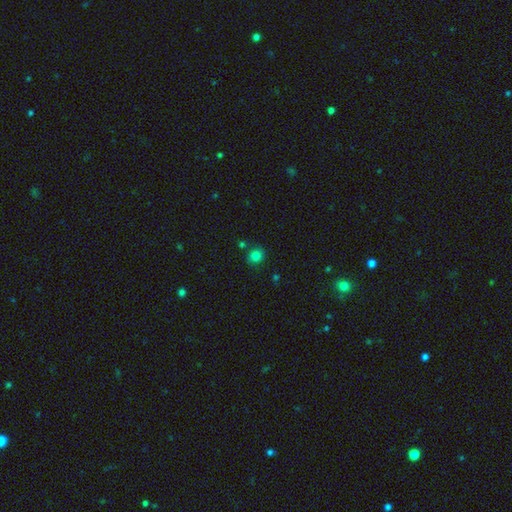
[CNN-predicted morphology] A smooth galaxy with no disk features (80%) that is round (83%).

Vote fractions:
- Smooth or featured? smooth: 80% / star or artifact: 14% / featured or disk: 6%
- How rounded? round: 83% / in between: 16% / cigar-shaped: 1%
- Merging? none: 81% / minor disturbance: 10% / merger: 6% / major disturbance: 3%